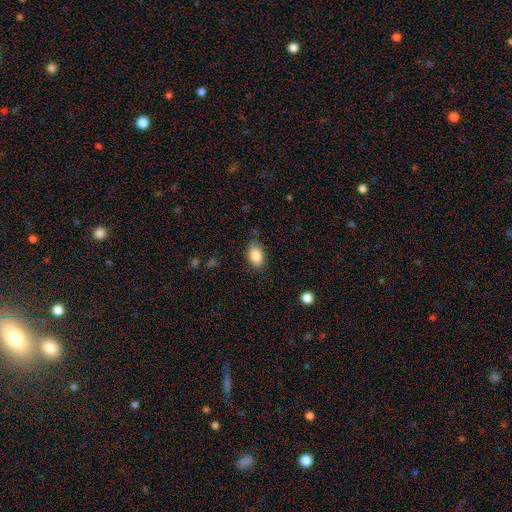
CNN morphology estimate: Smooth or featured? Predicted: smooth (p=0.87). How rounded? Predicted: in between (p=0.88). Merging? Predicted: none (p=0.78).